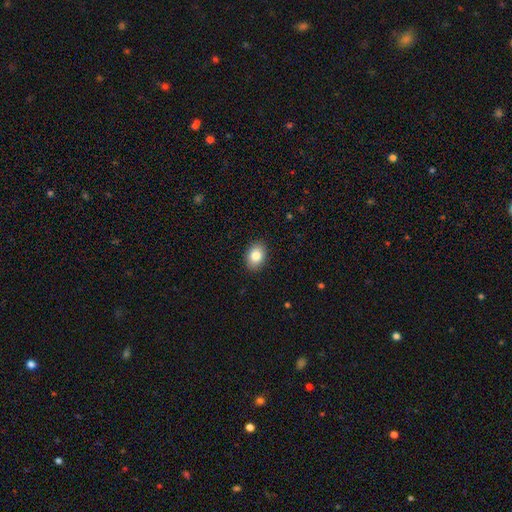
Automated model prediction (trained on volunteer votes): This is clearly a smooth galaxy (84%). How rounded: likely in between (75%). Merging: clearly none (90%).